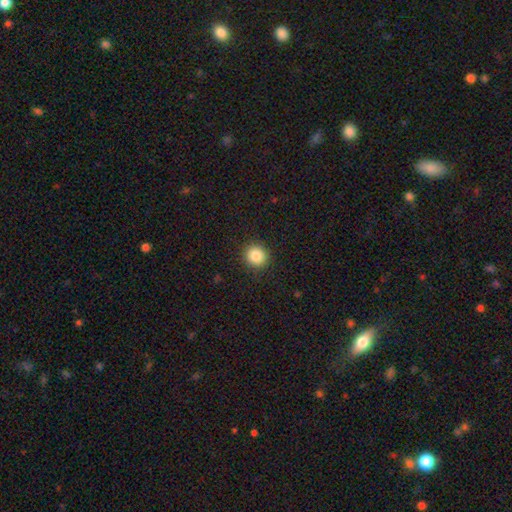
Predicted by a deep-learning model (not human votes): Smooth or featured? Predicted: smooth (p=0.86). How rounded? Predicted: round (p=0.89). Merging? Predicted: none (p=0.91).